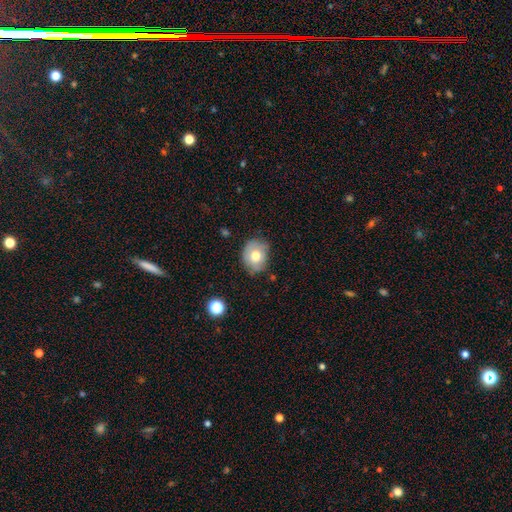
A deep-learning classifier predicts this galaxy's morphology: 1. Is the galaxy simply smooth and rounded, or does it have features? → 70% smooth, 21% featured or disk, 9% star or artifact.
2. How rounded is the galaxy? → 57% round, 42% in between, 1% cigar-shaped.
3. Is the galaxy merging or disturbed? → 67% none, 25% minor disturbance, 5% major disturbance, 2% merger.